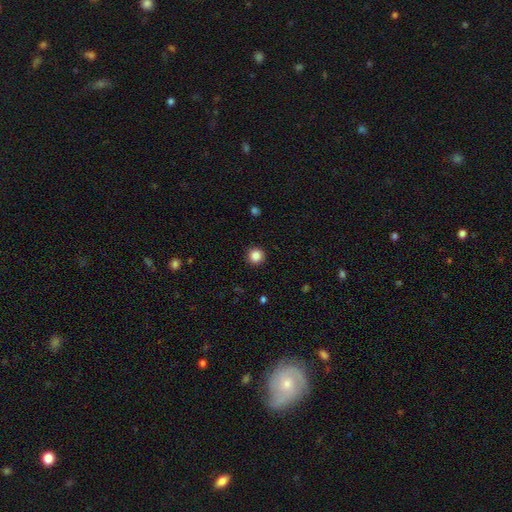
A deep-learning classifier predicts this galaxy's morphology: Q: Smooth or featured?
A: smooth (86%); runner-up: star or artifact (10%)
Q: How rounded?
A: round (95%); runner-up: in between (4%)
Q: Merging?
A: none (92%); runner-up: minor disturbance (5%)